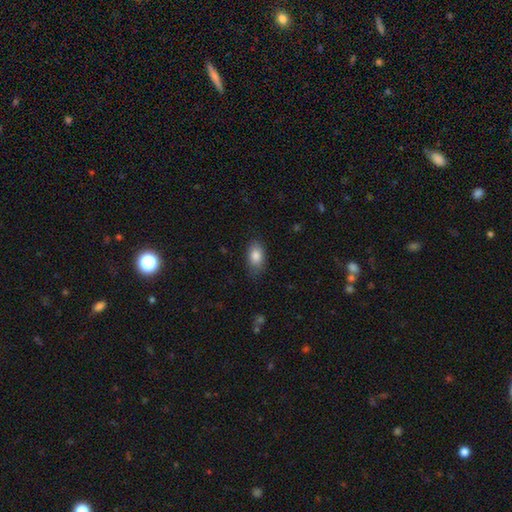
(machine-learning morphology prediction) This is clearly a smooth galaxy (84%). How rounded: clearly in between (90%). Merging: likely none (78%).